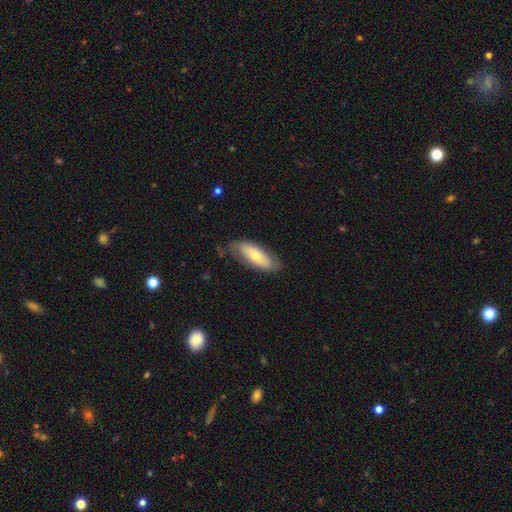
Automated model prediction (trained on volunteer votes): Q: Smooth or featured?
A: smooth (56%); runner-up: featured or disk (38%)
Q: How rounded?
A: in between (76%); runner-up: cigar-shaped (22%)
Q: Merging?
A: none (70%); runner-up: minor disturbance (22%)